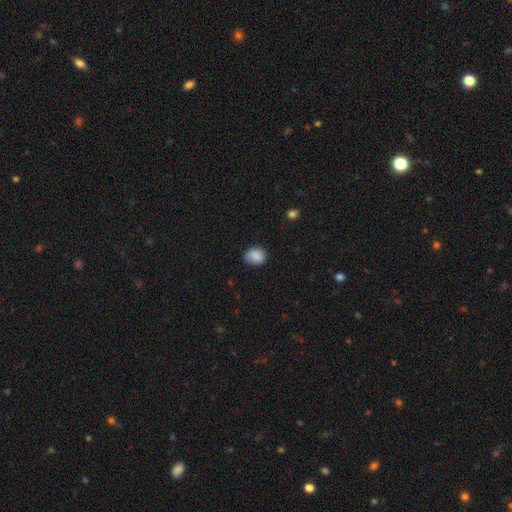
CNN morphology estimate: A smooth galaxy with no disk features (85%) that is round (55%).

Vote fractions:
- Smooth or featured? smooth: 85% / star or artifact: 8% / featured or disk: 7%
- How rounded? round: 55% / in between: 44% / cigar-shaped: 1%
- Merging? none: 76% / minor disturbance: 20% / major disturbance: 4% / merger: 1%